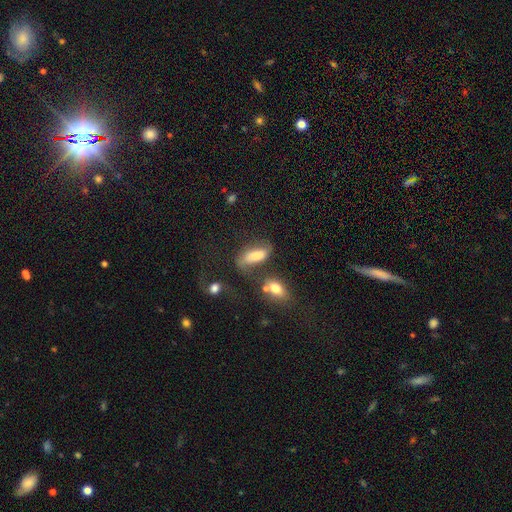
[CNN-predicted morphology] Smooth or featured? smooth (65%)
How rounded? in between (78%)
Merging? none (42%)